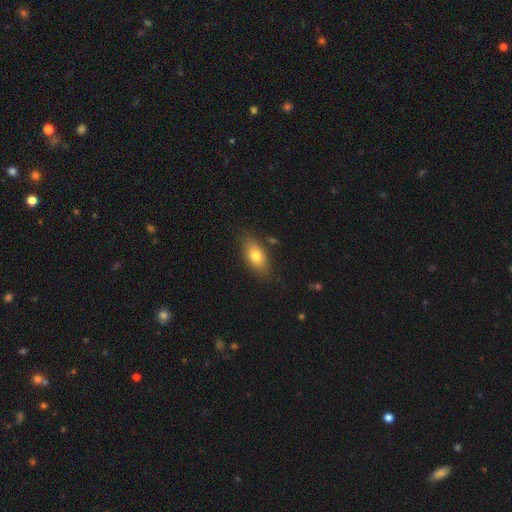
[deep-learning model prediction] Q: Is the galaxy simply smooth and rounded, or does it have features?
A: smooth — 76%.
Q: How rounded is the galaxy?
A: in between — 87%.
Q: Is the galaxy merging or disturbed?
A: none — 81%.